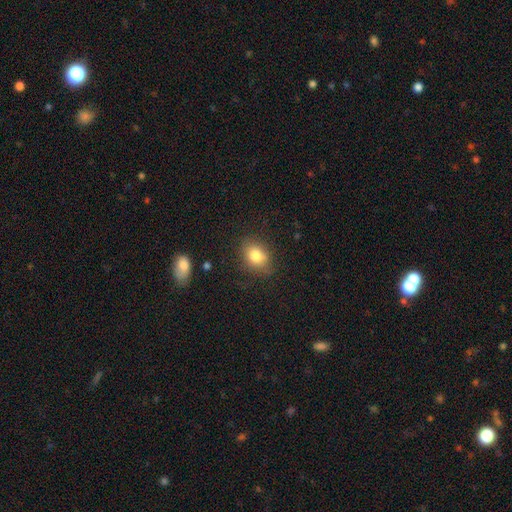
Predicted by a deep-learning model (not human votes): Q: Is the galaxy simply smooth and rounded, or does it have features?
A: smooth — 81%.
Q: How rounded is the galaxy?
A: in between — 58%.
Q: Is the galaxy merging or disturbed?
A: none — 79%.